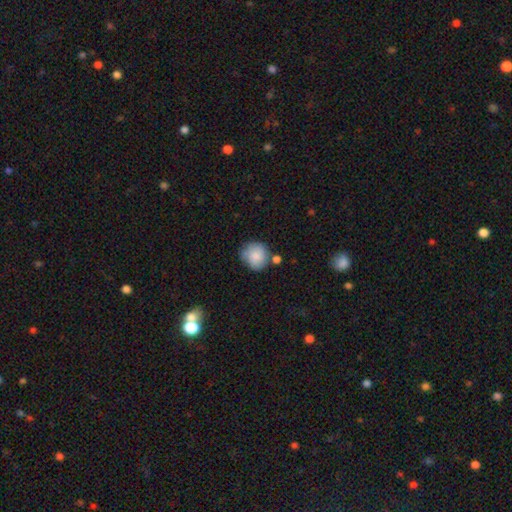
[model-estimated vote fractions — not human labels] A smooth galaxy with no disk features (82%) that is round (87%). Merging: none (61%).